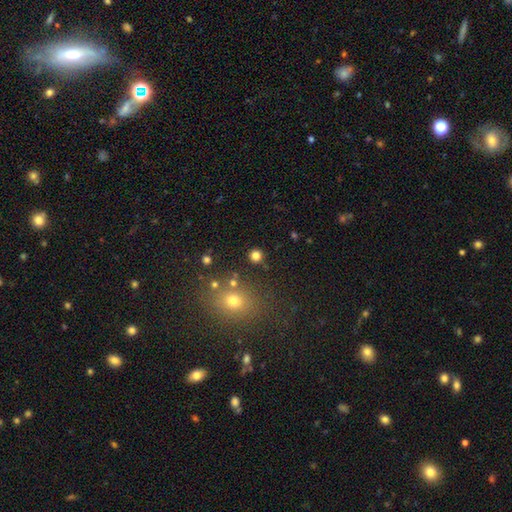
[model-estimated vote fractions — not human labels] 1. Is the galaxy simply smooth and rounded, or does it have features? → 78% smooth, 16% star or artifact, 6% featured or disk.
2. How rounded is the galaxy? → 92% round, 7% in between, 1% cigar-shaped.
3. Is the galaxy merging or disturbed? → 86% none, 7% minor disturbance, 4% merger, 3% major disturbance.